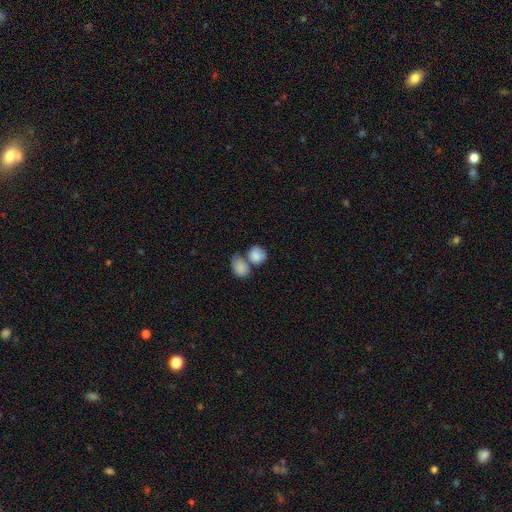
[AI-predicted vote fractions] Smooth or featured? smooth (83%)
How rounded? round (55%)
Merging? merger (57%)